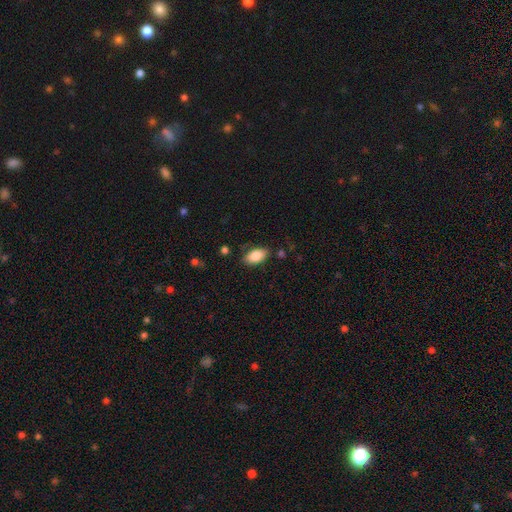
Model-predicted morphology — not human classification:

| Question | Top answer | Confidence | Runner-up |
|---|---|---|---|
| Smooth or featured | smooth | 86% | featured or disk (7%) |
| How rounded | in between | 93% | round (4%) |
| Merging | none | 79% | minor disturbance (15%) |